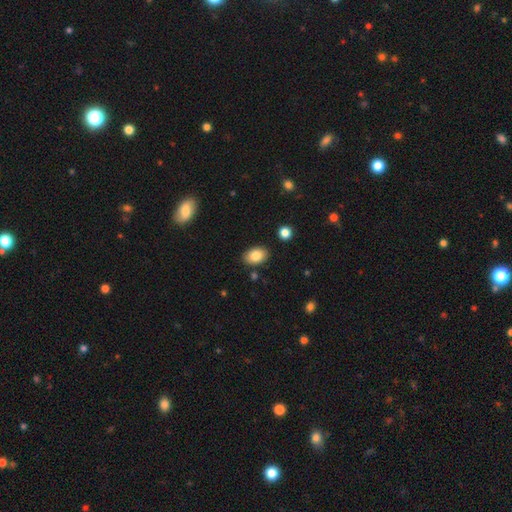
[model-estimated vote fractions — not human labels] smooth 84%, featured or disk 9%, star or artifact 8%. Down the decision tree: how rounded — in between (88%); merging — none (86%).